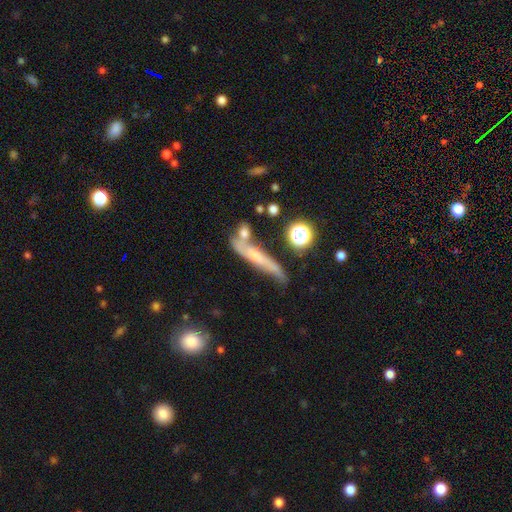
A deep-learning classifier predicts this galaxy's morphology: Smooth or featured?
  - featured or disk: 50% *
  - smooth: 38%
  - star or artifact: 12%
Edge-on disk?
  - yes: 68% *
  - no: 32%
Merging?
  - none: 45% *
  - minor disturbance: 24%
  - merger: 20%
  - major disturbance: 11%